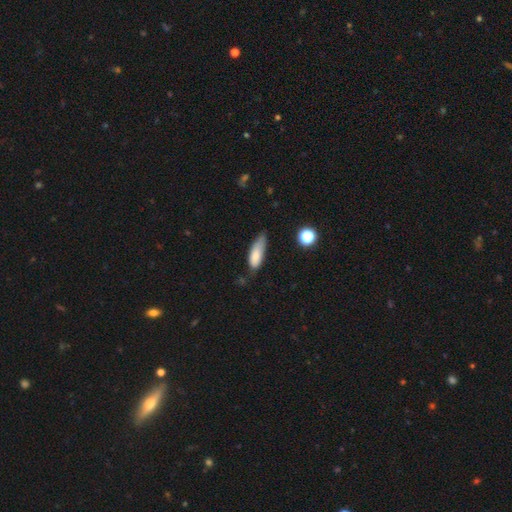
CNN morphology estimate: smooth-or-featured: smooth: 81% | featured or disk: 11% | star or artifact: 8%
  how-rounded: in between: 63% | cigar-shaped: 35% | round: 2%
  merging: none: 43% | minor disturbance: 42% | major disturbance: 12% | merger: 3%